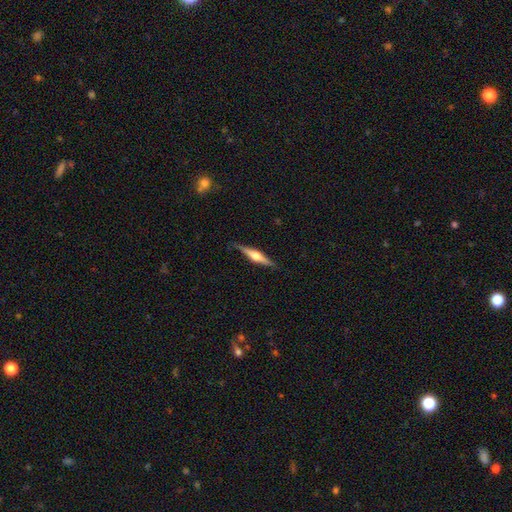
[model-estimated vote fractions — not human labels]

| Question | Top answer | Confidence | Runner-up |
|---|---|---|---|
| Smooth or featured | featured or disk | 69% | smooth (26%) |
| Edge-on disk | yes | 97% | no (3%) |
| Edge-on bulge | rounded | 88% | boxy (8%) |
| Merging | none | 85% | minor disturbance (11%) |